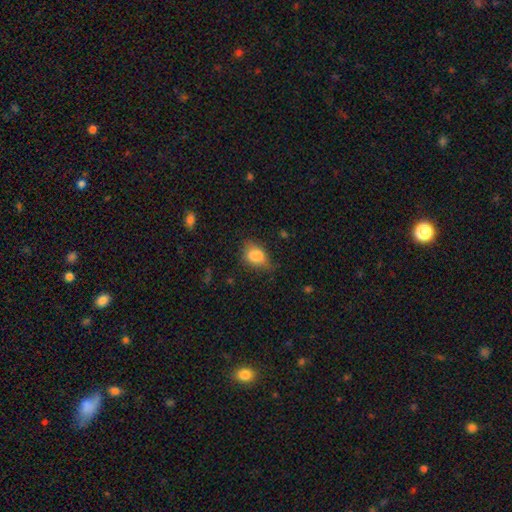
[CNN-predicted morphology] Smooth or featured?
  - smooth: 80% *
  - featured or disk: 11%
  - star or artifact: 9%
How rounded?
  - in between: 76% *
  - round: 22%
  - cigar-shaped: 2%
Merging?
  - none: 51% *
  - minor disturbance: 35%
  - major disturbance: 12%
  - merger: 2%